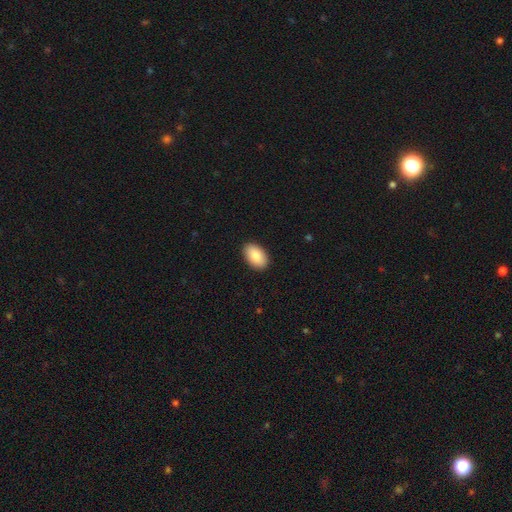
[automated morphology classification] This is clearly a smooth galaxy (87%). How rounded: clearly in between (93%). Merging: clearly none (90%).